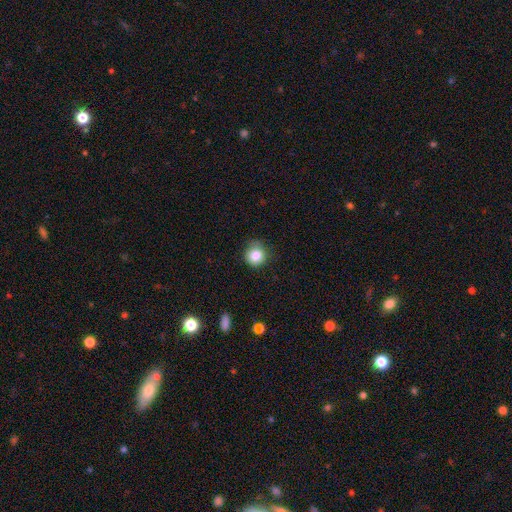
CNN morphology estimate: Overall: smooth (84%). How rounded: round (91%). Merging: none (76%).